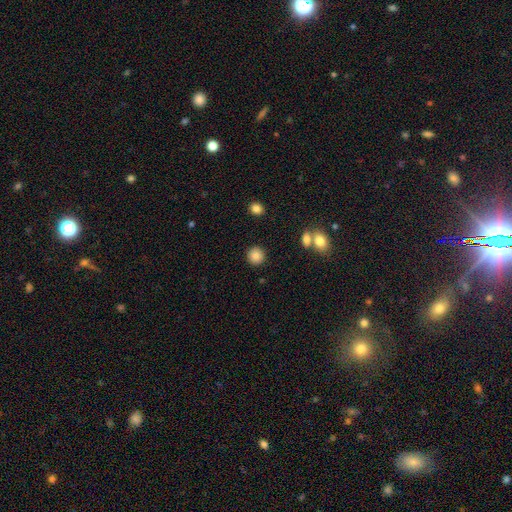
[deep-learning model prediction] Morphology: type=smooth (86%); roundness=round (93%); merging=none (90%).